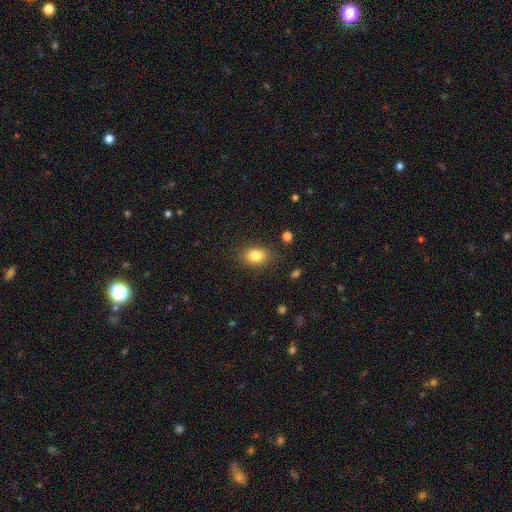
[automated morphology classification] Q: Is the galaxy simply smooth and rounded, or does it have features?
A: smooth — 83%.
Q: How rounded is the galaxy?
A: in between — 76%.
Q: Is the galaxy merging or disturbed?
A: none — 82%.